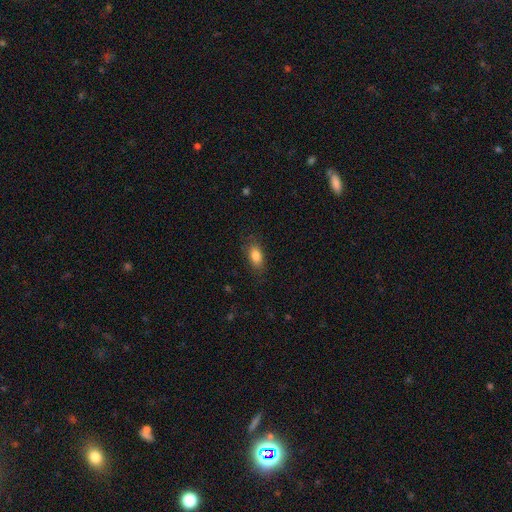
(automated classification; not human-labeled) Overall: smooth (84%). How rounded: in between (87%). Merging: none (82%).